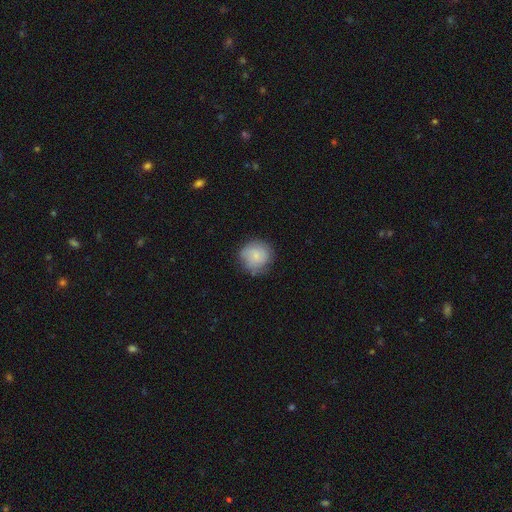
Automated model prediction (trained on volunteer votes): The model was most divided on "merging": none: 74%, minor disturbance: 19%, major disturbance: 5%, merger: 2%. More confident: how rounded — round (91%); smooth or featured — smooth (75%).